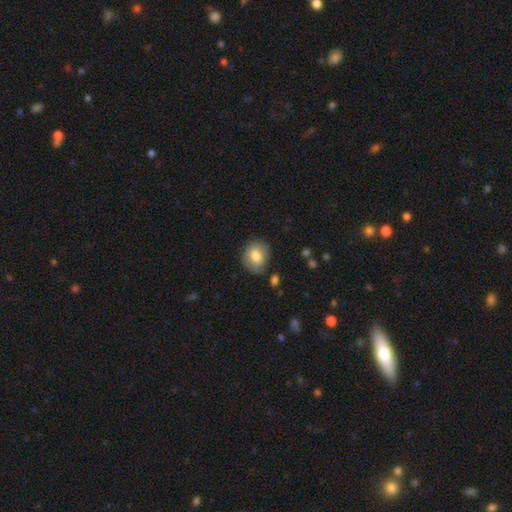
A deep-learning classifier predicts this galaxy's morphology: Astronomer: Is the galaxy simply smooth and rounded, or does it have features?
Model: smooth — 76%.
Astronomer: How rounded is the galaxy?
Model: round — 66%.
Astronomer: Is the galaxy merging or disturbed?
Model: none — 81%.